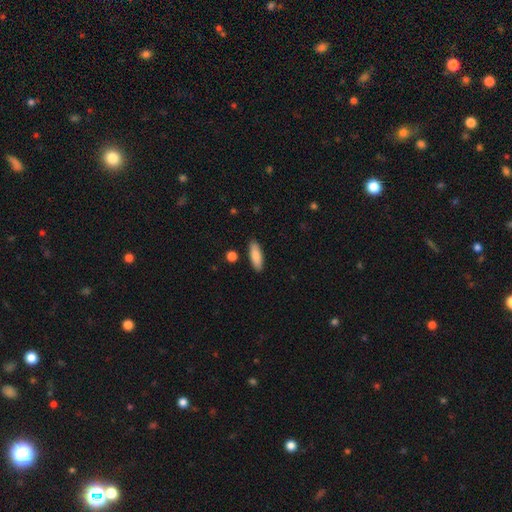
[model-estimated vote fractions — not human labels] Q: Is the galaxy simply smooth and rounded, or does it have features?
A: smooth — 86%.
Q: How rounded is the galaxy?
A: in between — 58%.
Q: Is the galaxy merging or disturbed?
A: none — 88%.